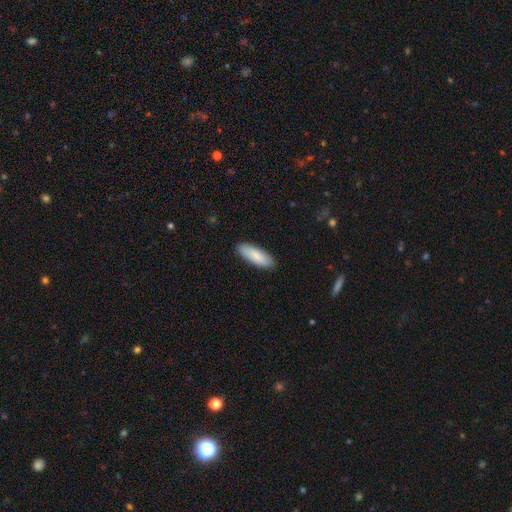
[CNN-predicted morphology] Q: Smooth or featured?
A: smooth (86%); runner-up: featured or disk (9%)
Q: How rounded?
A: in between (63%); runner-up: cigar-shaped (35%)
Q: Merging?
A: none (89%); runner-up: minor disturbance (8%)